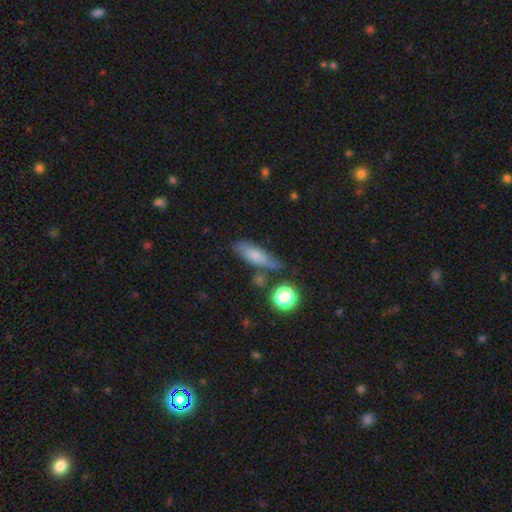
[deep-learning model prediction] smooth_or_featured: smooth (p=0.73) [alt: featured or disk p=0.17]
how_rounded: in between (p=0.48) [alt: cigar-shaped p=0.46]
merging: none (p=0.64) [alt: minor disturbance p=0.21]